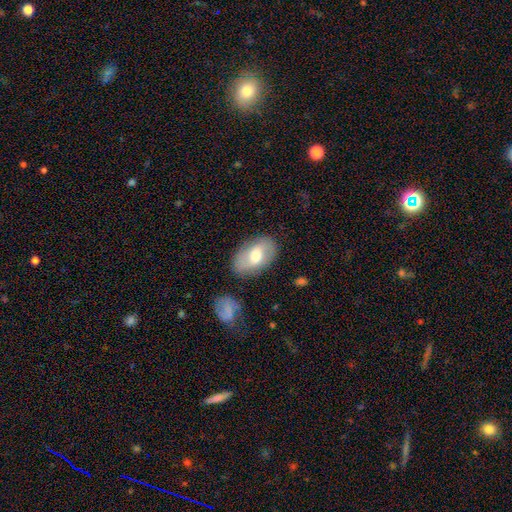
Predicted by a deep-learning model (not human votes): This appears to be a smooth galaxy with no disk features (52%) that is in between round and cigar-shaped (90%). Merging: none (77%).